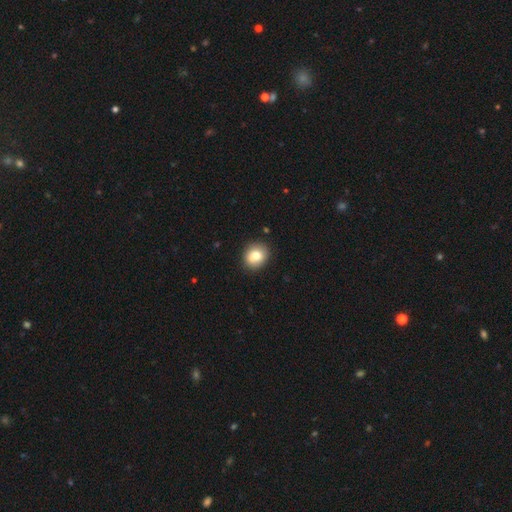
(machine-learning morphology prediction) This appears to be a smooth galaxy with no disk features (80%) that is round (70%). Merging: none (85%).